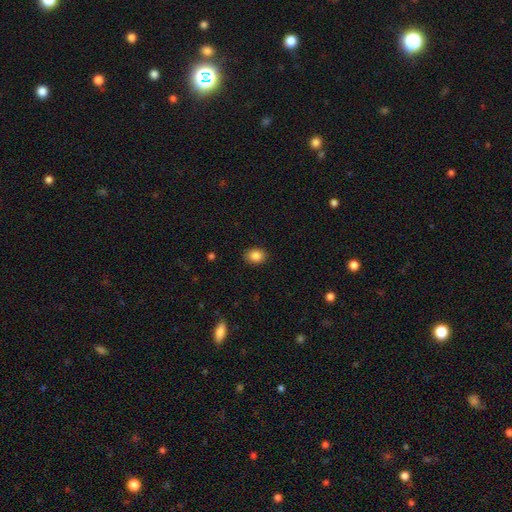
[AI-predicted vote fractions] This appears to be a smooth galaxy with no disk features (86%) that is in between round and cigar-shaped (57%). Merging: none (89%).